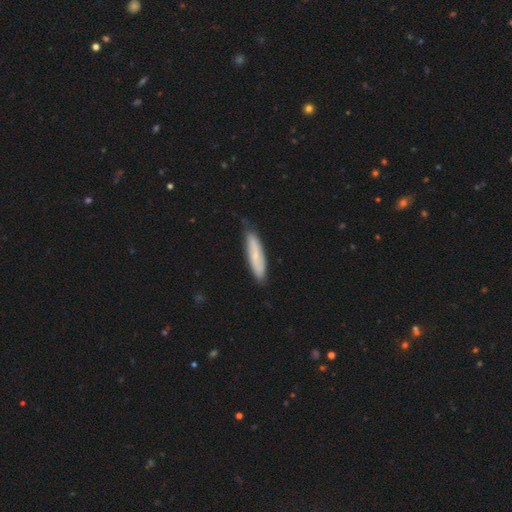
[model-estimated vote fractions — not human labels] smooth 64%, featured or disk 30%, star or artifact 6%. Down the decision tree: how rounded — cigar-shaped (78%); merging — none (76%).